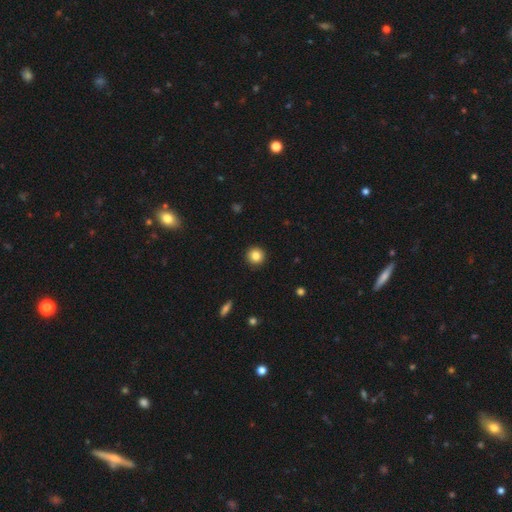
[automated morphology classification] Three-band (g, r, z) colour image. It shows a smooth galaxy with no disk features (84%) that is round (95%). Merging: none (93%).